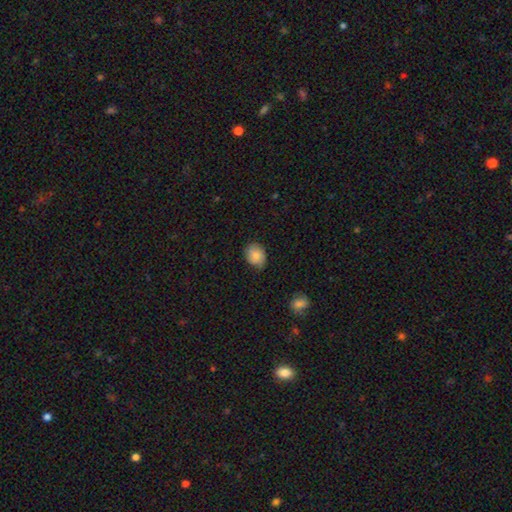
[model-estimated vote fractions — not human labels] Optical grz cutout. It shows a smooth galaxy with no disk features (82%) that is in between round and cigar-shaped (51%). Merging: none (72%).